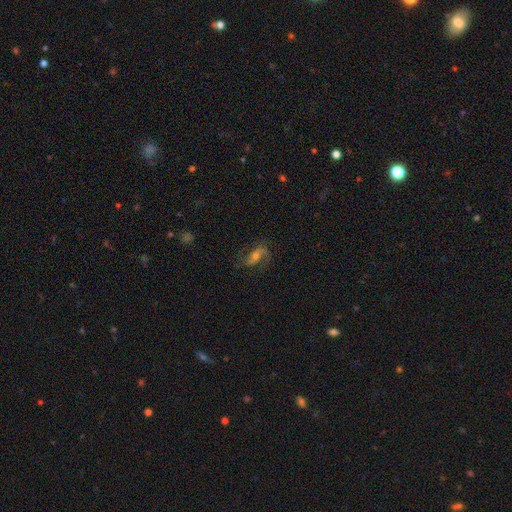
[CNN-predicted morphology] Smooth or featured: featured or disk — 77% (smooth — 13%)
Edge-on disk: no — 95% (yes — 5%)
Bar: weak — 40% (no — 35%)
Spiral arms: yes — 94% (no — 6%)
Spiral winding: loose — 51% (medium — 39%)
Spiral arm count: 2 — 88% (1 — 4%)
Bulge size: moderate — 49% (small — 39%)
Merging: none — 73% (minor disturbance — 15%)